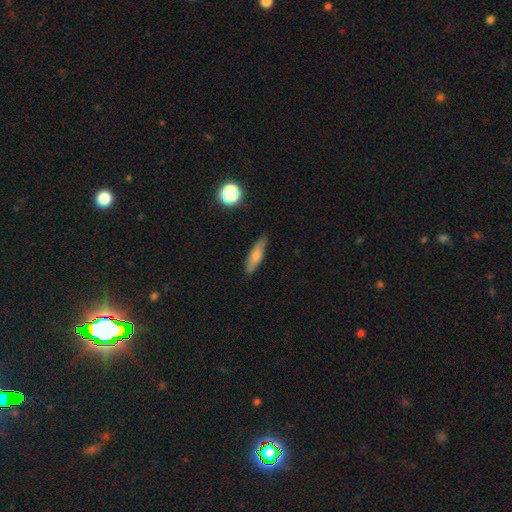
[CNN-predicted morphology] This is likely a smooth galaxy (68%). How rounded: likely cigar-shaped (65%). Merging: clearly none (82%).